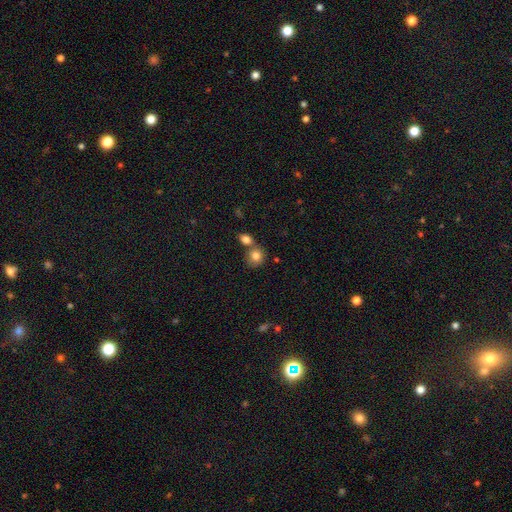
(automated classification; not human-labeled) A smooth galaxy with no disk features (81%) that is round (75%). Merging: none (48%).